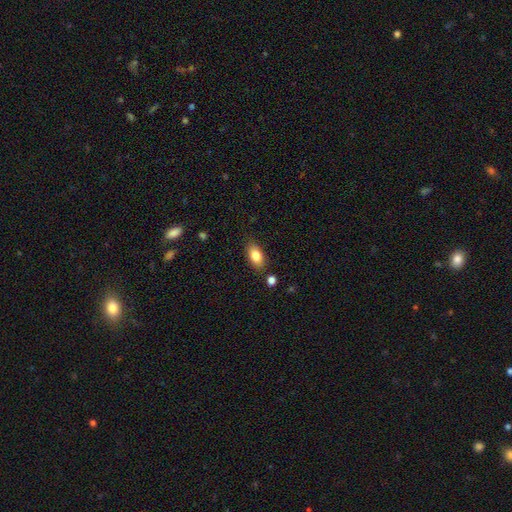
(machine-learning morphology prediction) This appears to be a smooth galaxy with no disk features (83%) that is in between round and cigar-shaped (89%). Merging: none (83%).